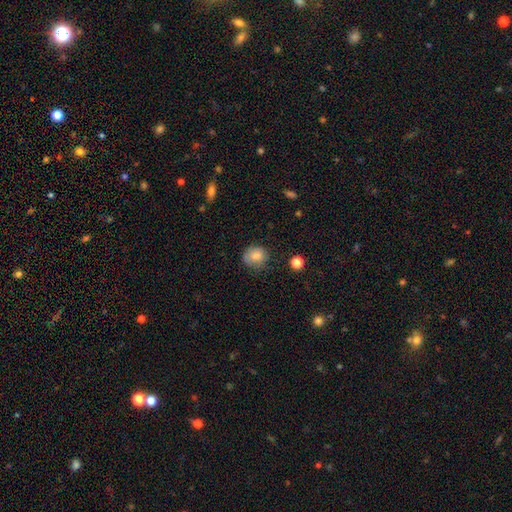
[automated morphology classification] type=smooth (80%); roundness=round (78%); merging=none (67%).